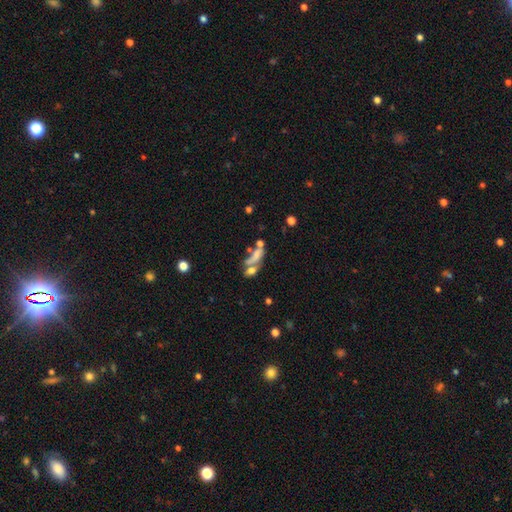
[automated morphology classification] smooth-or-featured: smooth: 52% | featured or disk: 33% | star or artifact: 15%
  how-rounded: in between: 54% | cigar-shaped: 38% | round: 8%
  merging: merger: 53% | none: 22% | major disturbance: 15% | minor disturbance: 10%